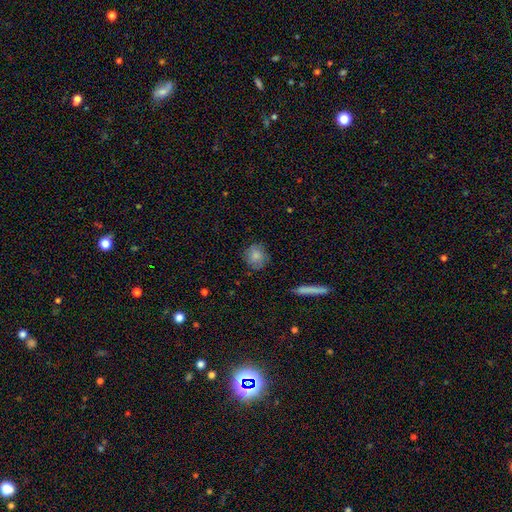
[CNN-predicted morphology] Smooth or featured: smooth — 80% (featured or disk — 12%)
How rounded: round — 85% (in between — 13%)
Merging: none — 80% (minor disturbance — 15%)